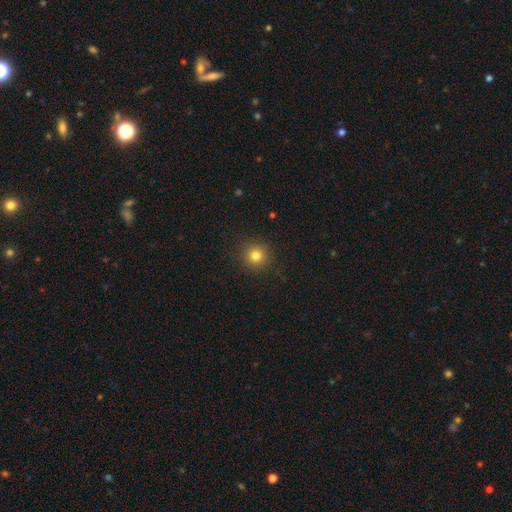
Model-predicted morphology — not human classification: smooth-or-featured: smooth: 81% | star or artifact: 13% | featured or disk: 6%
  how-rounded: round: 93% | in between: 6% | cigar-shaped: 1%
  merging: none: 90% | minor disturbance: 6% | major disturbance: 2% | merger: 1%